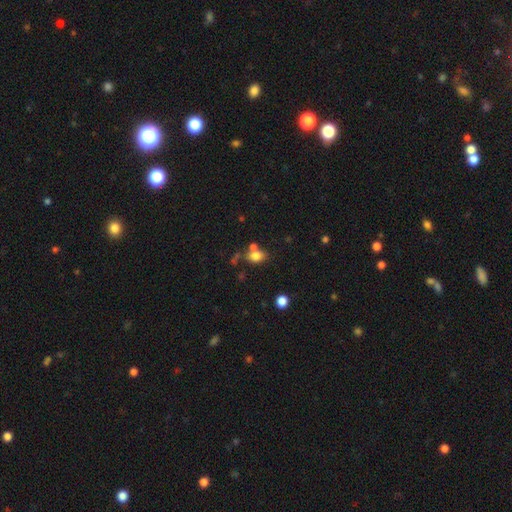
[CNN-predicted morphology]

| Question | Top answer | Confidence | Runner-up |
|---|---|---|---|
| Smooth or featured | smooth | 79% | star or artifact (12%) |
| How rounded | in between | 66% | round (32%) |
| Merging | none | 55% | merger (25%) |